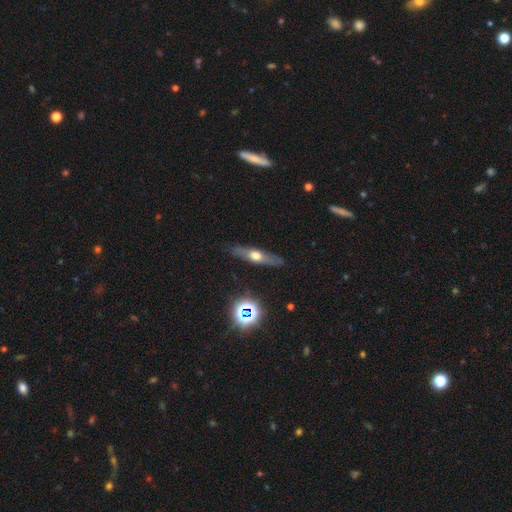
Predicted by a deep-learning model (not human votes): A featured or disk galaxy (52%) viewed edge-on (83%). Merging: none (86%).